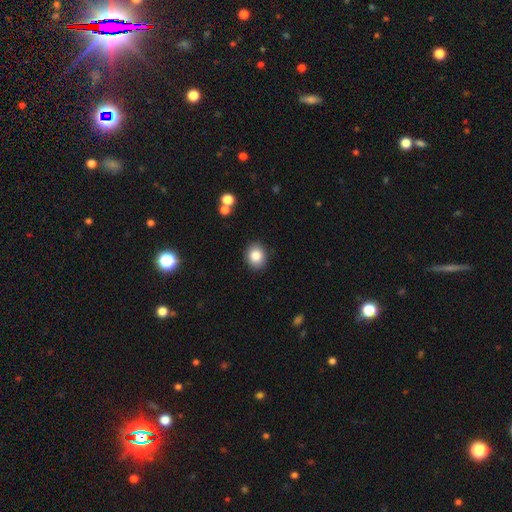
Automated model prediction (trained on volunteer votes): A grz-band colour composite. It shows a smooth galaxy with no disk features (84%) that is round (62%). Merging: none (89%).